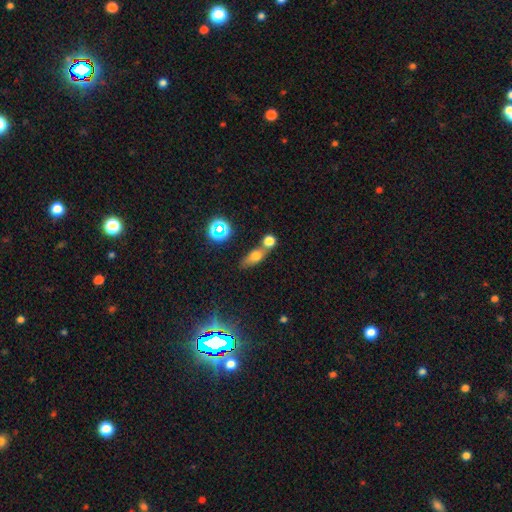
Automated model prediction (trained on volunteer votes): This appears to be a smooth galaxy with no disk features (66%) that is in between round and cigar-shaped (57%). Merging: none (47%).